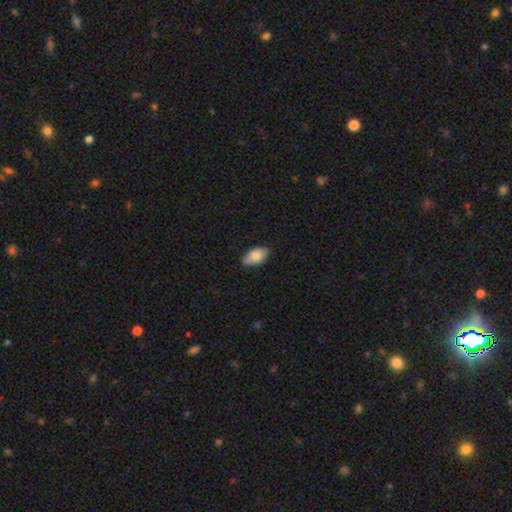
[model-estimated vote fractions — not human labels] smooth_or_featured: smooth (p=0.85) [alt: featured or disk p=0.09]
how_rounded: in between (p=0.94) [alt: round p=0.04]
merging: none (p=0.79) [alt: minor disturbance p=0.17]